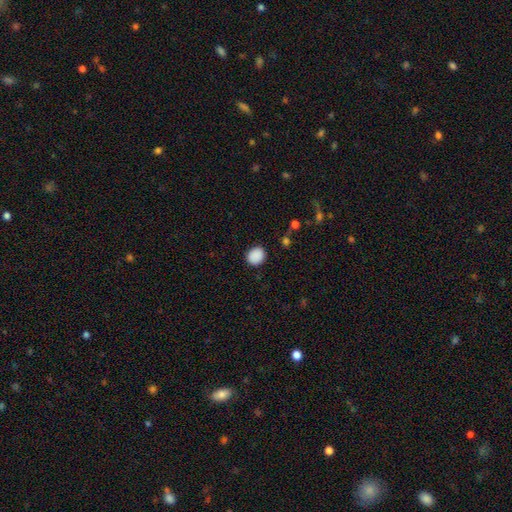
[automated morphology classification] smooth_or_featured: smooth (p=0.89) [alt: star or artifact p=0.08]
how_rounded: round (p=0.72) [alt: in between p=0.27]
merging: none (p=0.89) [alt: minor disturbance p=0.08]